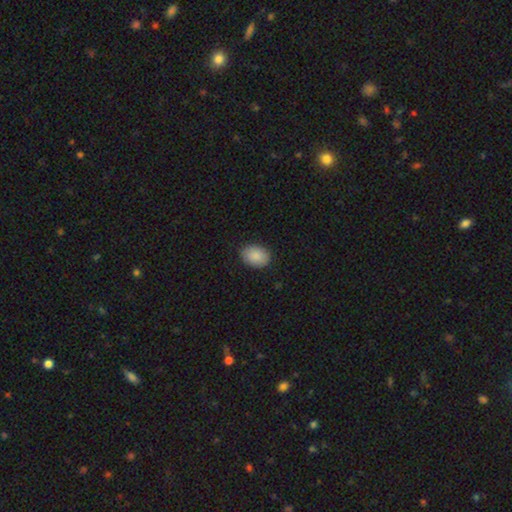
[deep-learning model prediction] Morphology: type=smooth (89%); roundness=in between (71%); merging=none (87%).